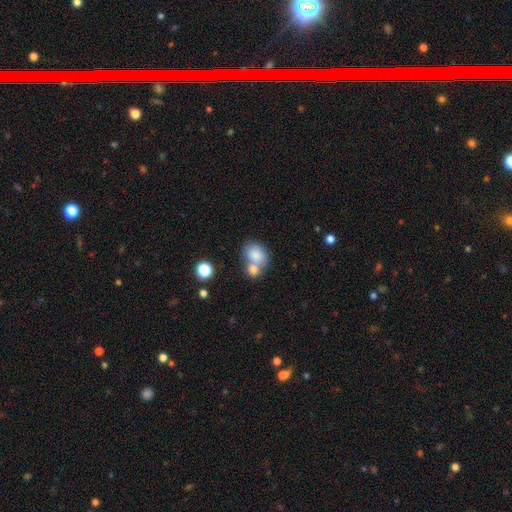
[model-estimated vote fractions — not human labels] smooth 80%, featured or disk 12%, star or artifact 8%. Down the decision tree: how rounded — in between (55%); merging — merger (54%).